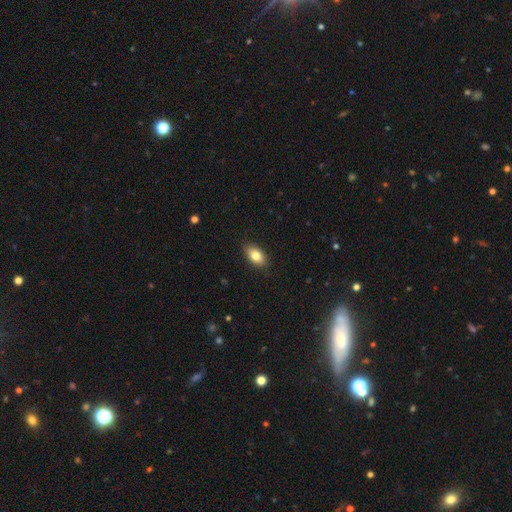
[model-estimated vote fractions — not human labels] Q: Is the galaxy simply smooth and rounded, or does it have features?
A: smooth — 82%.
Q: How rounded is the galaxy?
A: in between — 91%.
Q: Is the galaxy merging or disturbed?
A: none — 87%.